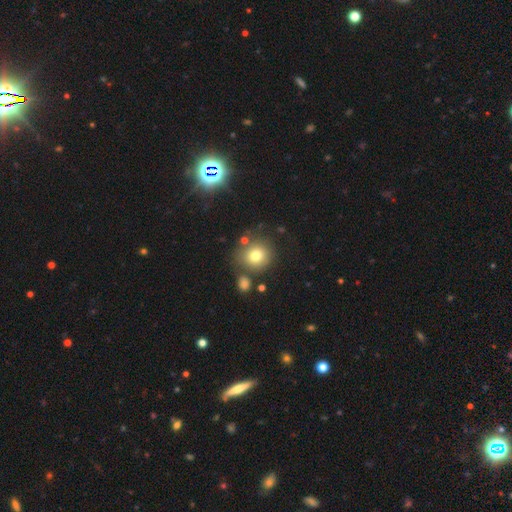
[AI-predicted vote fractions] Smooth or featured: smooth — 76% (star or artifact — 12%)
How rounded: round — 88% (in between — 11%)
Merging: none — 73% (minor disturbance — 12%)